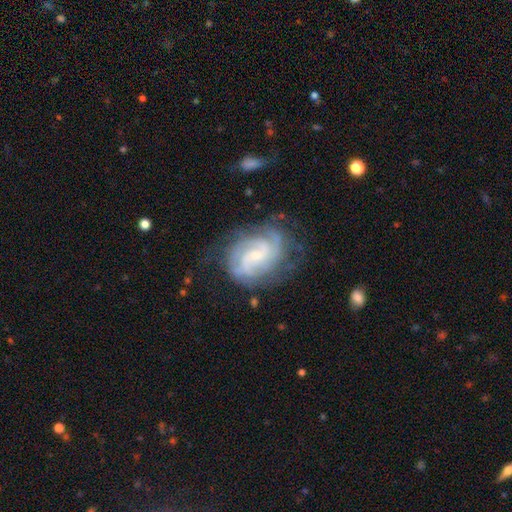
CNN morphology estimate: Q: Smooth or featured?
A: featured or disk (86%); runner-up: smooth (9%)
Q: Edge-on disk?
A: no (97%); runner-up: yes (3%)
Q: Bar?
A: no (47%); runner-up: weak (44%)
Q: Spiral arms?
A: yes (96%); runner-up: no (4%)
Q: Spiral winding?
A: tight (52%); runner-up: medium (38%)
Q: Spiral arm count?
A: 2 (38%); runner-up: can't tell (26%)
Q: Bulge size?
A: small (71%); runner-up: moderate (23%)
Q: Merging?
A: none (68%); runner-up: minor disturbance (20%)